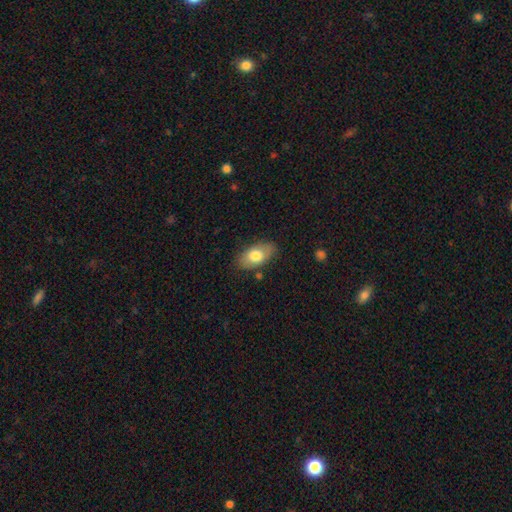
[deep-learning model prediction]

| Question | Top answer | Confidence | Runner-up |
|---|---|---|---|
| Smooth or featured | smooth | 73% | featured or disk (21%) |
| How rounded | in between | 92% | round (5%) |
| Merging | none | 81% | minor disturbance (14%) |